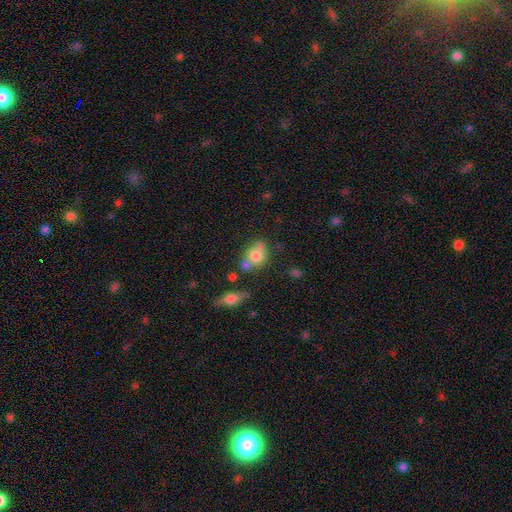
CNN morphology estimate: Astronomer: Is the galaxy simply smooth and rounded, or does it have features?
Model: smooth — 71%.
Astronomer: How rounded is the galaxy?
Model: round — 49% (runner-up: in between, 48%).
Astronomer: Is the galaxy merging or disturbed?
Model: none — 48% (runner-up: merger, 26%).